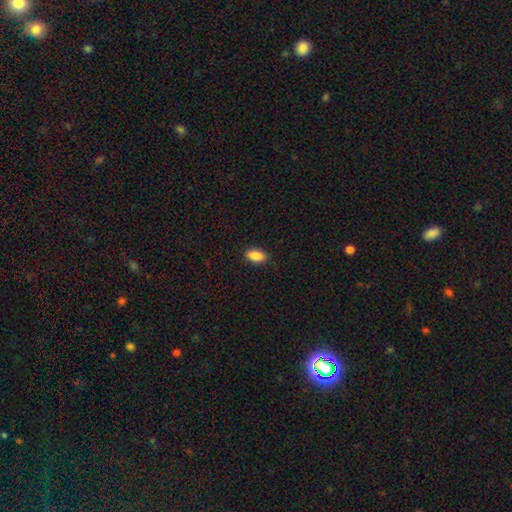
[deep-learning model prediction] Smooth or featured?
  - smooth: 86% *
  - star or artifact: 7%
  - featured or disk: 7%
How rounded?
  - in between: 88% *
  - cigar-shaped: 8%
  - round: 4%
Merging?
  - none: 88% *
  - minor disturbance: 9%
  - major disturbance: 2%
  - merger: 1%